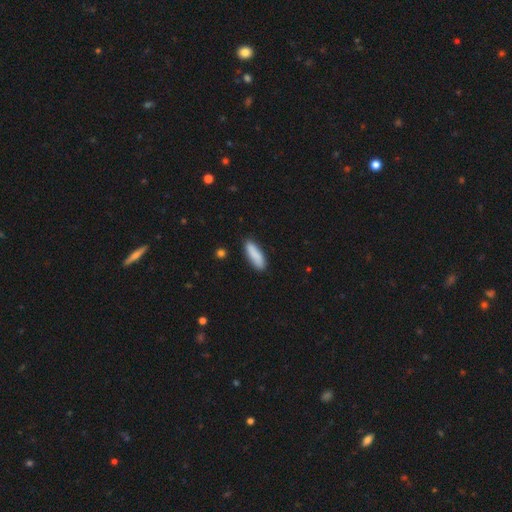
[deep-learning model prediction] Q: Smooth or featured?
A: smooth (88%); runner-up: featured or disk (6%)
Q: How rounded?
A: cigar-shaped (54%); runner-up: in between (44%)
Q: Merging?
A: none (86%); runner-up: minor disturbance (11%)